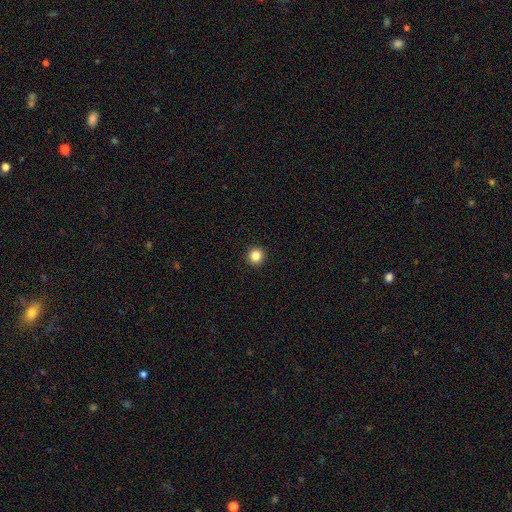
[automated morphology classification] This is clearly a smooth galaxy (85%). How rounded: clearly round (96%). Merging: clearly none (94%).